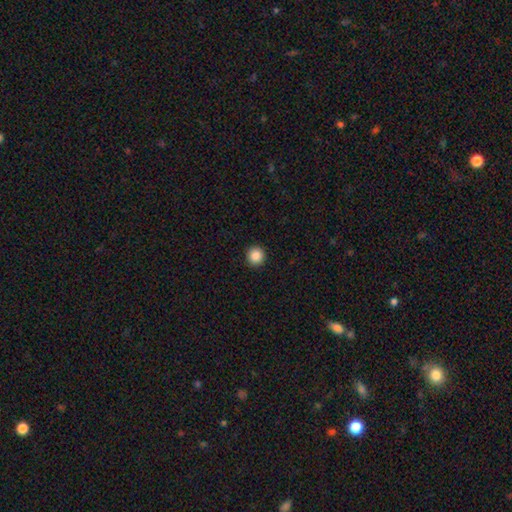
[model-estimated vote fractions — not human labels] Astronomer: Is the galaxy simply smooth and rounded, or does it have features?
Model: smooth — 88%.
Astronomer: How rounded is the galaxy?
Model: round — 95%.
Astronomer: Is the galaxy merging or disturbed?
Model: none — 93%.